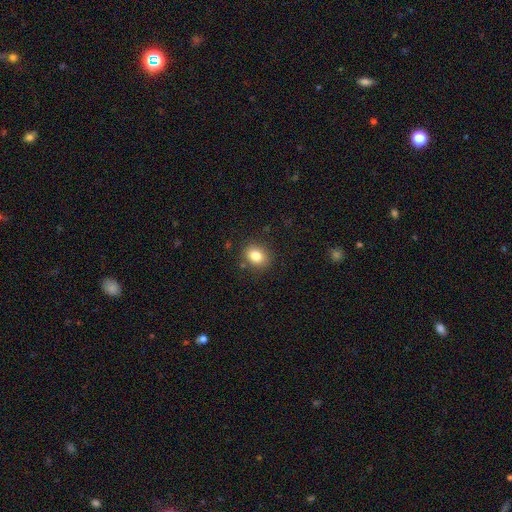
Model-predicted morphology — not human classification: Overall: smooth (83%). How rounded: round (55%; in between 44%). Merging: none (86%).